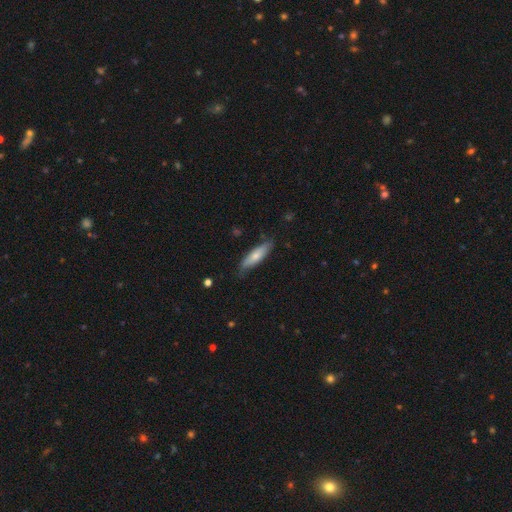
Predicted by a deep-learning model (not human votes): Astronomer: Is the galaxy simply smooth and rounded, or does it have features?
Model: smooth — 67%.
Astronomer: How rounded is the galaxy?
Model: cigar-shaped — 66%.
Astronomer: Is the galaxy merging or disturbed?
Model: none — 77%.